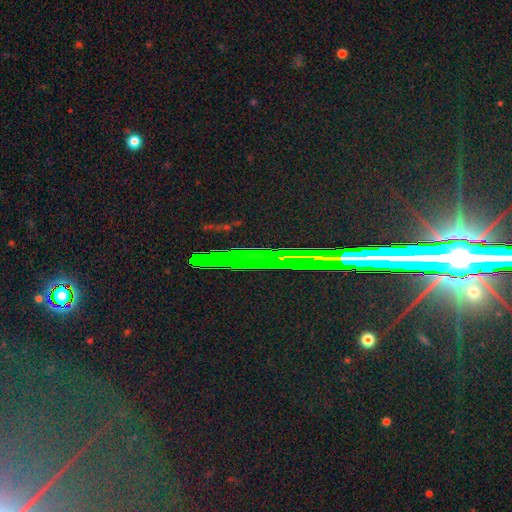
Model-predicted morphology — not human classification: Smooth or featured: star or artifact — 53% (featured or disk — 24%)